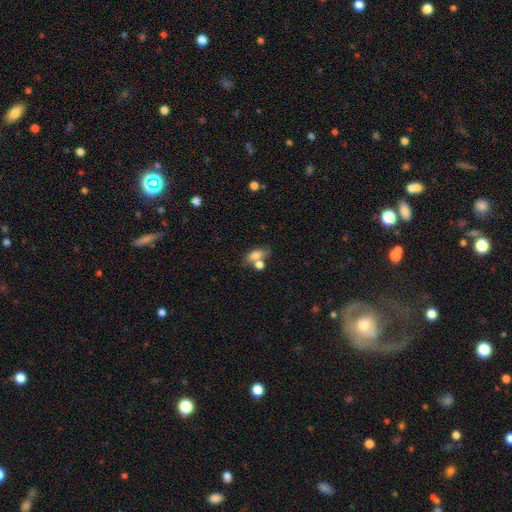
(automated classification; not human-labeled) Smooth or featured? Predicted: smooth (p=0.71). How rounded? Predicted: in between (p=0.77). Merging? Predicted: none (p=0.43).